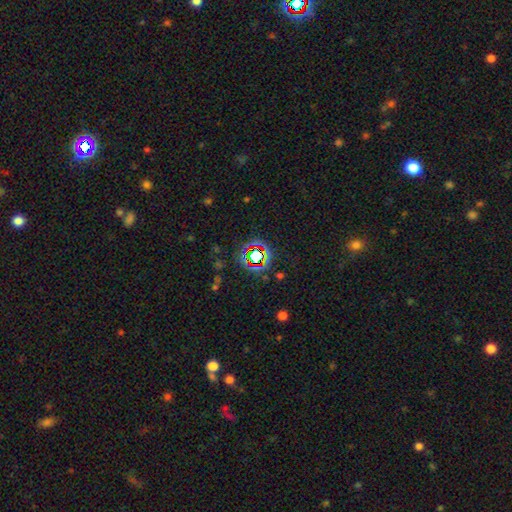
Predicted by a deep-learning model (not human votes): Smooth or featured: star or artifact — 72% (smooth — 17%)